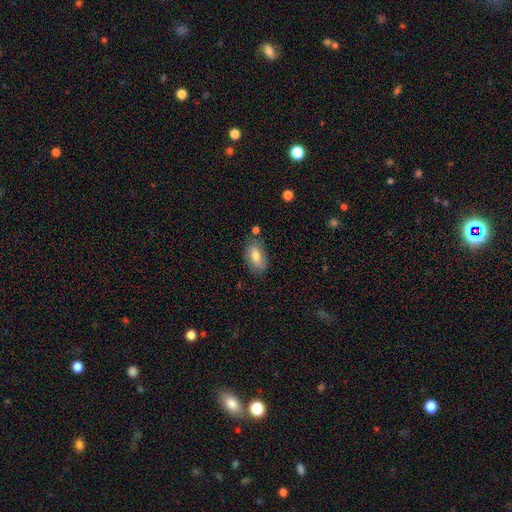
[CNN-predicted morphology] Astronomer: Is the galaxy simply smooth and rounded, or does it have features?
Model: smooth — 74%.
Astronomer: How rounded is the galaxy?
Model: in between — 90%.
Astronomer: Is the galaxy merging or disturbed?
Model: none — 71%.